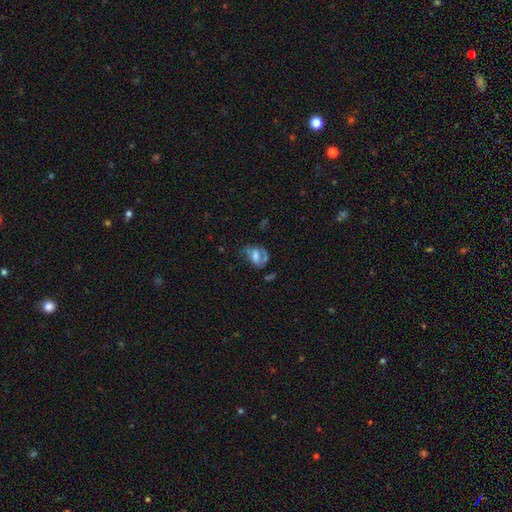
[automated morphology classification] Smooth or featured?
  - smooth: 48% *
  - featured or disk: 42%
  - star or artifact: 10%
Merging?
  - none: 33% *
  - major disturbance: 32%
  - minor disturbance: 26%
  - merger: 9%